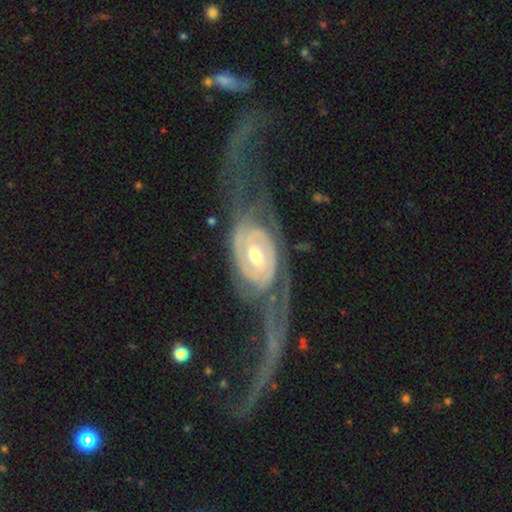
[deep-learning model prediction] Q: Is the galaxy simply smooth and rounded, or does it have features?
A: featured or disk — 90%.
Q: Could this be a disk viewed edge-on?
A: no — 93%.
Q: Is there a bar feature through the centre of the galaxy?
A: no — 42%.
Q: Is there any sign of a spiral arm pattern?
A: yes — 92%.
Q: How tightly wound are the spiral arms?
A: loose — 43%.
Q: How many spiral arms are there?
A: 2 — 81%.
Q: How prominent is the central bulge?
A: moderate — 64%.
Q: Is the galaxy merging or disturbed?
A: major disturbance — 48%.